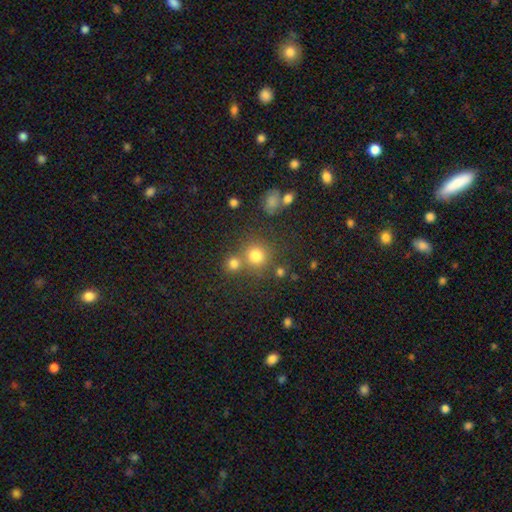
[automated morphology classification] This is likely a smooth galaxy (78%). How rounded: clearly round (91%). Merging: likely none (63%).